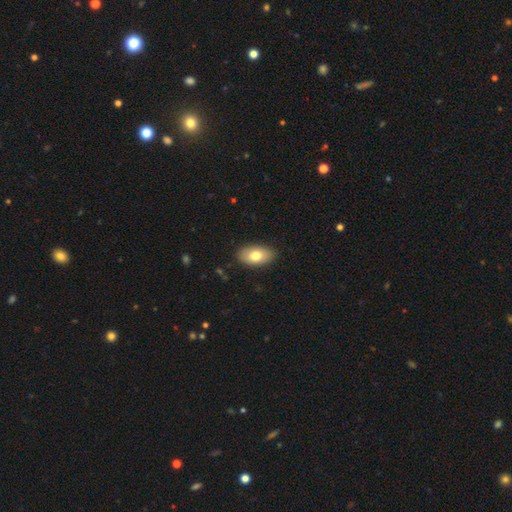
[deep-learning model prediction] A smooth galaxy with no disk features (76%) that is in between round and cigar-shaped (93%).

Vote fractions:
- Smooth or featured? smooth: 76% / featured or disk: 17% / star or artifact: 7%
- How rounded? in between: 93% / round: 5% / cigar-shaped: 2%
- Merging? none: 87% / minor disturbance: 10% / major disturbance: 2% / merger: 1%